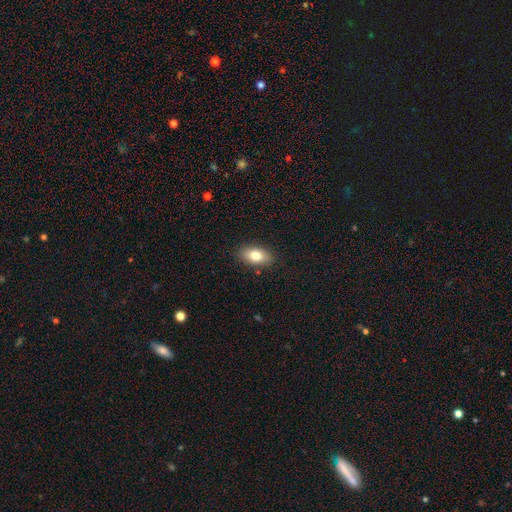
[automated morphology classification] A smooth galaxy with no disk features (80%) that is in between round and cigar-shaped (89%).

Vote fractions:
- Smooth or featured? smooth: 80% / featured or disk: 12% / star or artifact: 8%
- How rounded? in between: 89% / round: 8% / cigar-shaped: 3%
- Merging? none: 87% / minor disturbance: 10% / major disturbance: 2% / merger: 1%